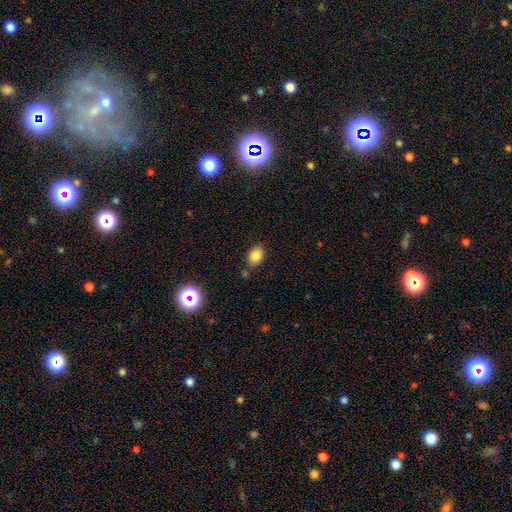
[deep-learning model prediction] A smooth galaxy with no disk features (84%) that is in between round and cigar-shaped (74%).

Vote fractions:
- Smooth or featured? smooth: 84% / star or artifact: 11% / featured or disk: 6%
- How rounded? in between: 74% / round: 25% / cigar-shaped: 1%
- Merging? none: 73% / minor disturbance: 18% / merger: 6% / major disturbance: 4%